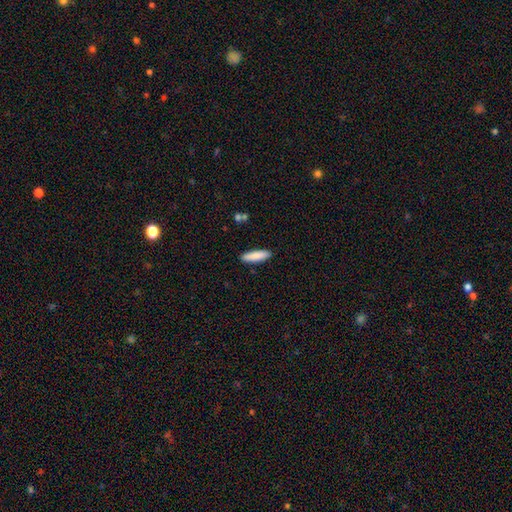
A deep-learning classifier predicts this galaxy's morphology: type=smooth (87%); roundness=cigar-shaped (68%); merging=none (89%).